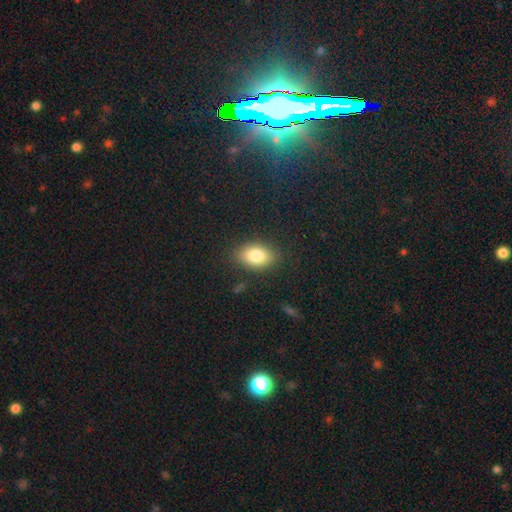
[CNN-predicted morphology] Smooth or featured?
  - smooth: 82% *
  - featured or disk: 10%
  - star or artifact: 9%
How rounded?
  - in between: 86% *
  - round: 12%
  - cigar-shaped: 2%
Merging?
  - none: 84% *
  - minor disturbance: 11%
  - major disturbance: 3%
  - merger: 1%